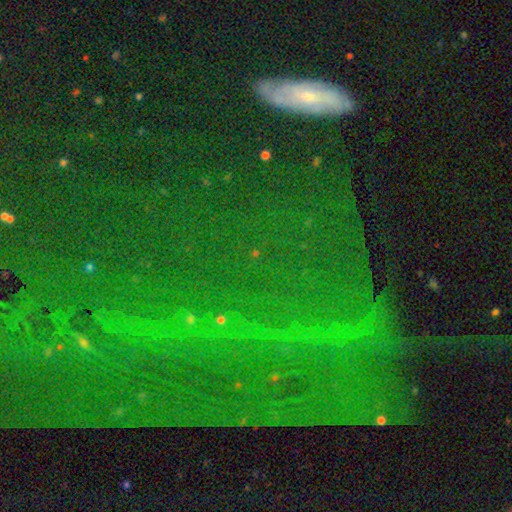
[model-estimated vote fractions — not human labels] Smooth or featured: star or artifact — 59% (smooth — 22%)